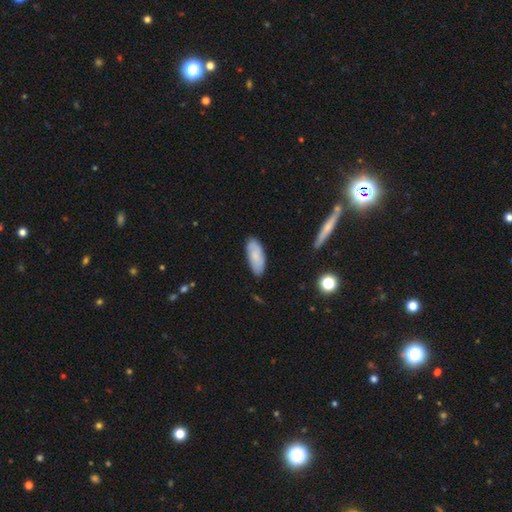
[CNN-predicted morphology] A smooth galaxy with no disk features (75%) that is in between round and cigar-shaped (82%).

Vote fractions:
- Smooth or featured? smooth: 75% / featured or disk: 18% / star or artifact: 7%
- How rounded? in between: 82% / cigar-shaped: 16% / round: 2%
- Merging? none: 81% / minor disturbance: 15% / major disturbance: 3% / merger: 2%